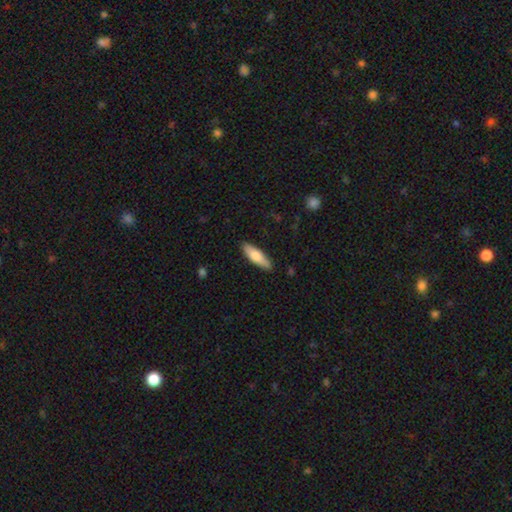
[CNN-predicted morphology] A smooth galaxy with no disk features (72%) that is cigar-shaped (55%). Merging: none (87%).